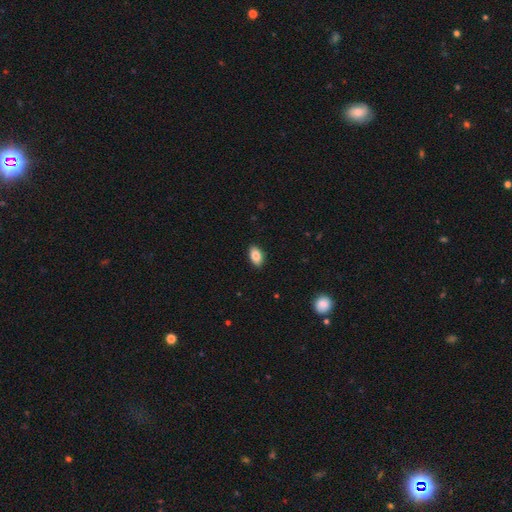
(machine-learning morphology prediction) The model was most divided on "smooth or featured": smooth: 86%, star or artifact: 7%, featured or disk: 7%. More confident: how rounded — in between (92%); merging — none (90%).